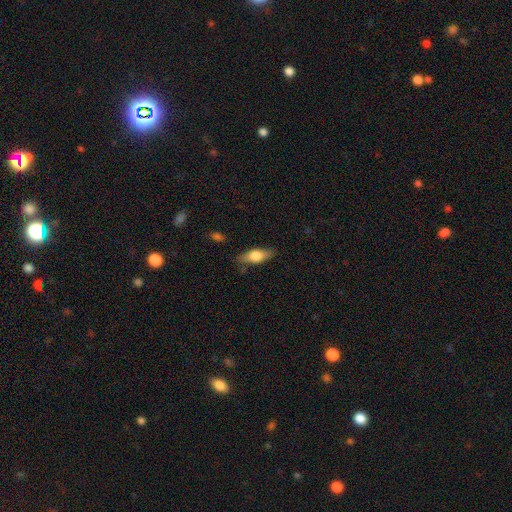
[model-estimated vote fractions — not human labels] Overall: smooth (61%; featured or disk 33%). How rounded: in between (66%; cigar-shaped 30%). Merging: none (80%).